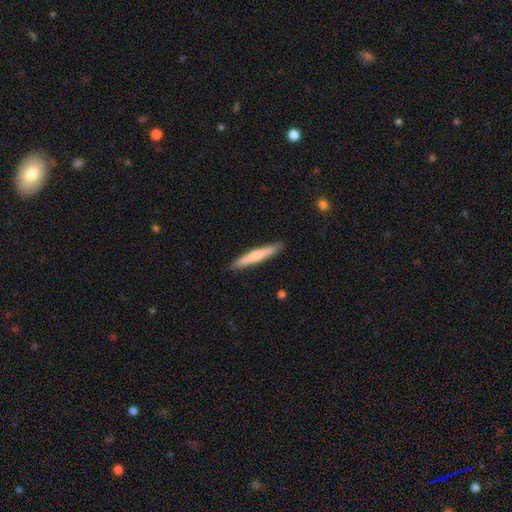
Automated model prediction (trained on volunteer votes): Morphology: type=smooth (60%); roundness=cigar-shaped (95%); merging=none (89%).